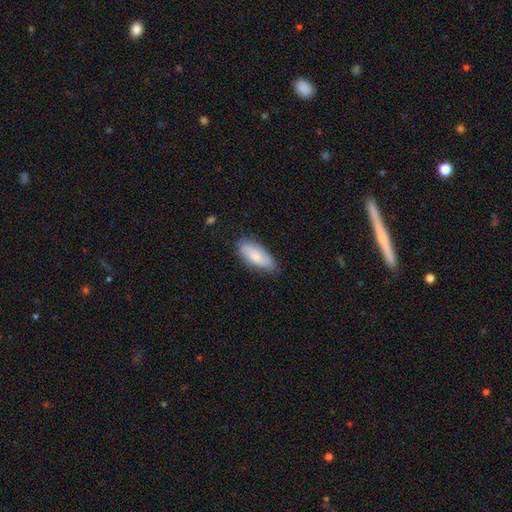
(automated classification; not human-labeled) Smooth or featured: smooth — 73% (featured or disk — 22%)
How rounded: in between — 83% (cigar-shaped — 15%)
Merging: none — 75% (minor disturbance — 20%)